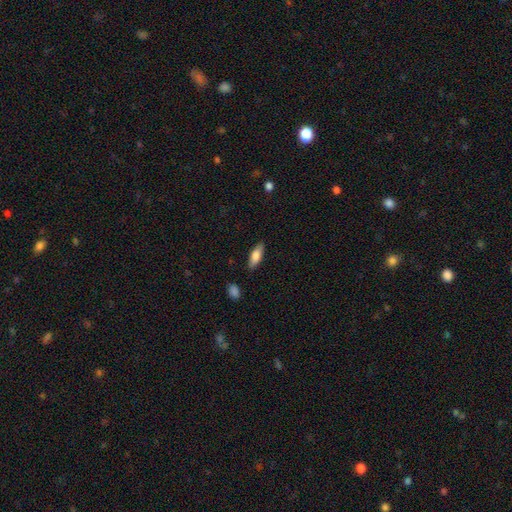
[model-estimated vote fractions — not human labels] Q: Smooth or featured?
A: smooth (76%); runner-up: featured or disk (18%)
Q: How rounded?
A: in between (68%); runner-up: cigar-shaped (30%)
Q: Merging?
A: none (85%); runner-up: minor disturbance (11%)